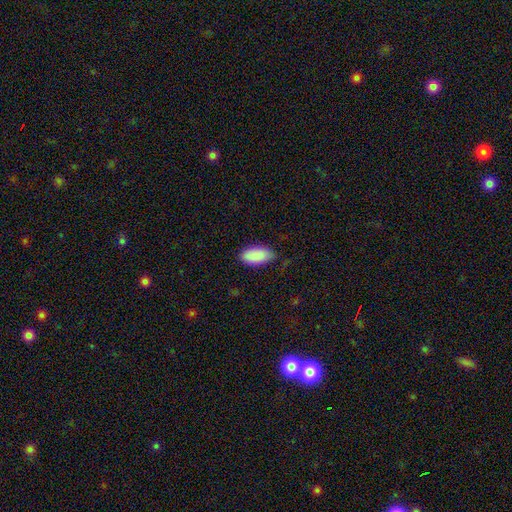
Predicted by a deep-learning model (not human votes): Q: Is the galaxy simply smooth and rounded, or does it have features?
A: smooth — 90%.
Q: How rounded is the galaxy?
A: in between — 94%.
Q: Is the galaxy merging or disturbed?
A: none — 77%.